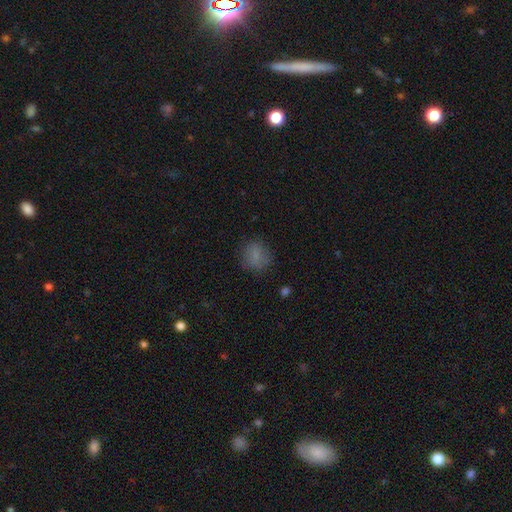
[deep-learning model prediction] This appears to be a smooth galaxy with no disk features (79%) that is round (77%). Merging: none (80%).